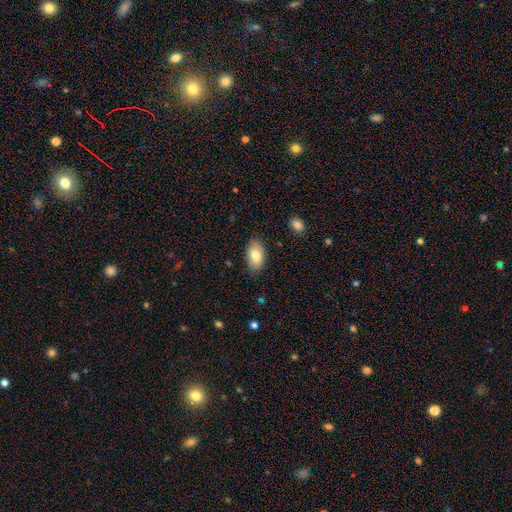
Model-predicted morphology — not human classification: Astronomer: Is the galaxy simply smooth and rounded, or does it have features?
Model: smooth — 78%.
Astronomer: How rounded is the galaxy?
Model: in between — 94%.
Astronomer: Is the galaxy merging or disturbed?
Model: none — 83%.